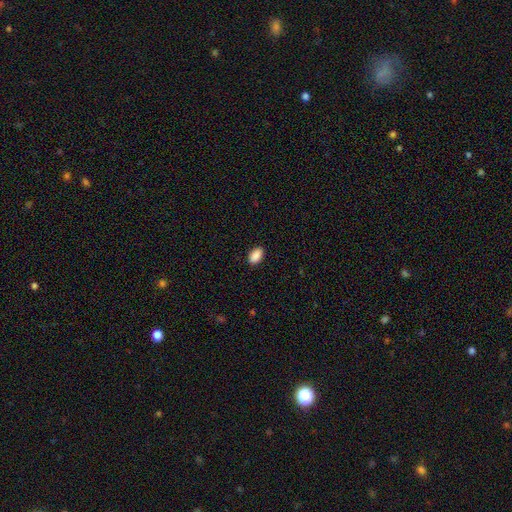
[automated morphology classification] smooth-or-featured: smooth: 90% | star or artifact: 7% | featured or disk: 3%
  how-rounded: in between: 93% | round: 5% | cigar-shaped: 2%
  merging: none: 89% | minor disturbance: 8% | major disturbance: 2% | merger: 1%